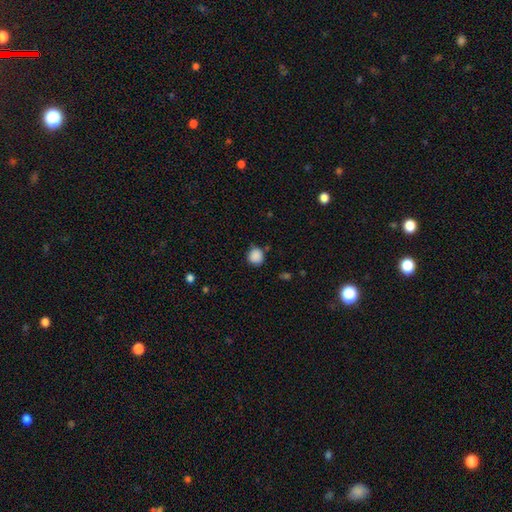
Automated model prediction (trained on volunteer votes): Morphology: type=smooth (88%); roundness=round (87%); merging=none (79%).